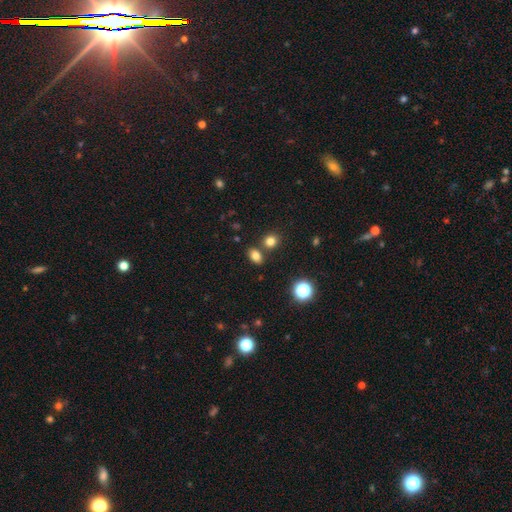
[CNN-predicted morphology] Smooth or featured? Predicted: smooth (p=0.78). How rounded? Predicted: in between (p=0.75). Merging? Predicted: none (p=0.74).